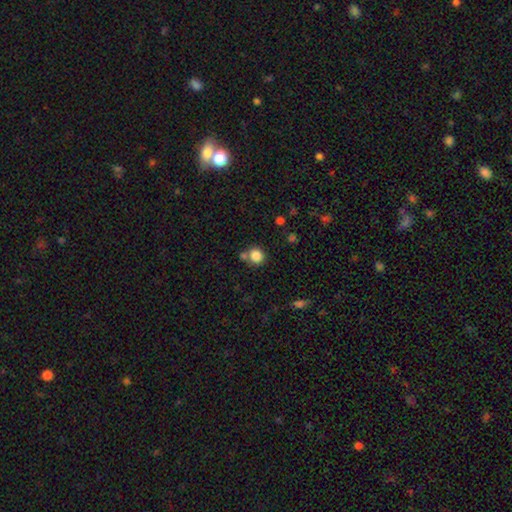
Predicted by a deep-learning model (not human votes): smooth_or_featured: smooth (p=0.84) [alt: star or artifact p=0.10]
how_rounded: round (p=0.86) [alt: in between p=0.13]
merging: none (p=0.67) [alt: merger p=0.20]